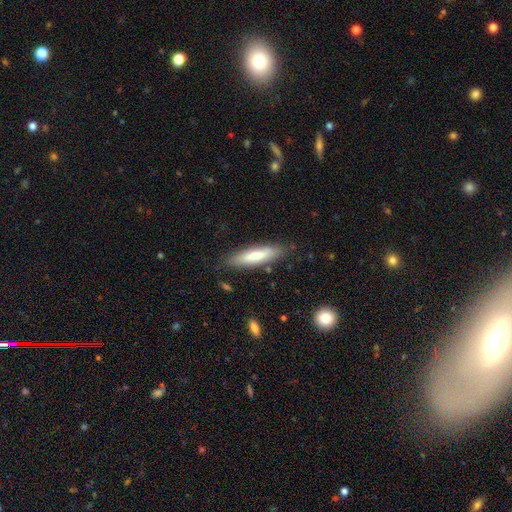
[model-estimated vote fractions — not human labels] Smooth or featured? smooth (75%)
How rounded? cigar-shaped (73%)
Merging? none (82%)